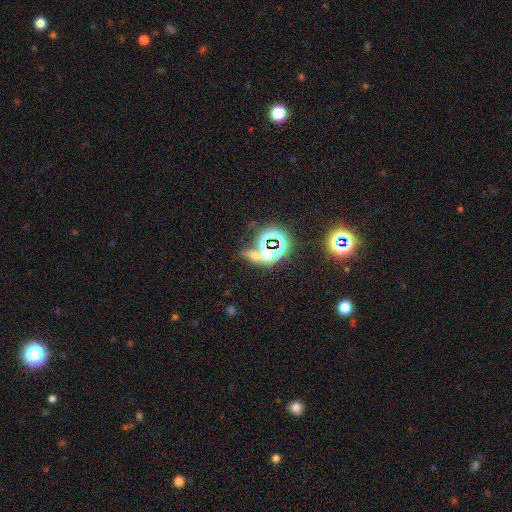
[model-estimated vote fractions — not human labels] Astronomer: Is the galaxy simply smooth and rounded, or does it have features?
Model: star or artifact — 55% (runner-up: smooth, 32%).